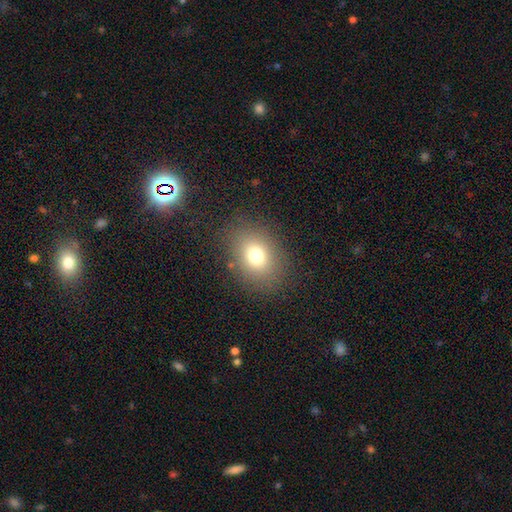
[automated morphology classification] smooth-or-featured: smooth: 74% | star or artifact: 15% | featured or disk: 11%
  how-rounded: in between: 55% | round: 44% | cigar-shaped: 1%
  merging: none: 84% | minor disturbance: 10% | major disturbance: 5% | merger: 1%